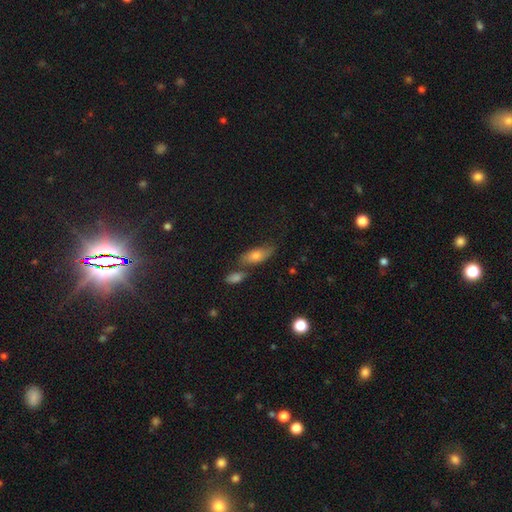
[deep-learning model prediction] This is likely a smooth galaxy (66%). How rounded: likely in between (76%). Merging: possibly none (52%).